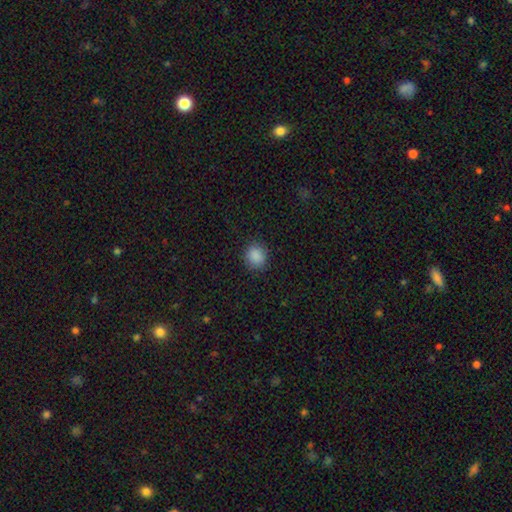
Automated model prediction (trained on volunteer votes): This appears to be a smooth galaxy with no disk features (88%) that is round (80%). Merging: none (89%).